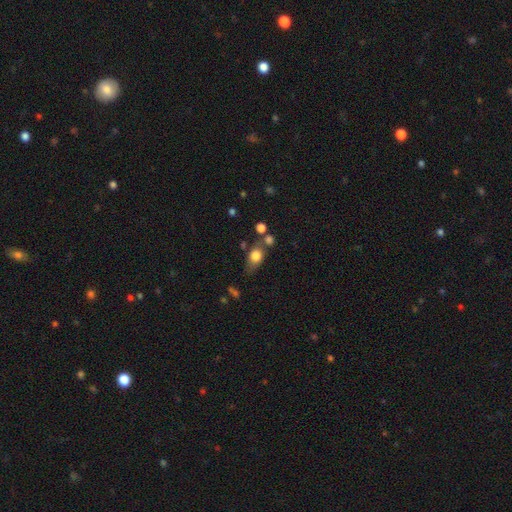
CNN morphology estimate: type=smooth (77%); roundness=in between (64%); merging=none (52%).